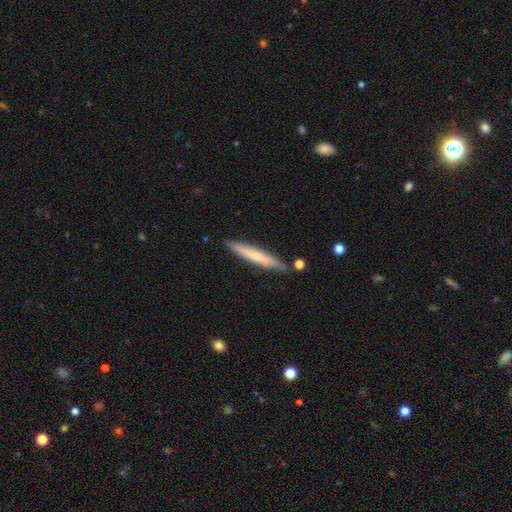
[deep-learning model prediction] Smooth or featured? Predicted: smooth (p=0.59). How rounded? Predicted: cigar-shaped (p=0.95). Merging? Predicted: none (p=0.85).